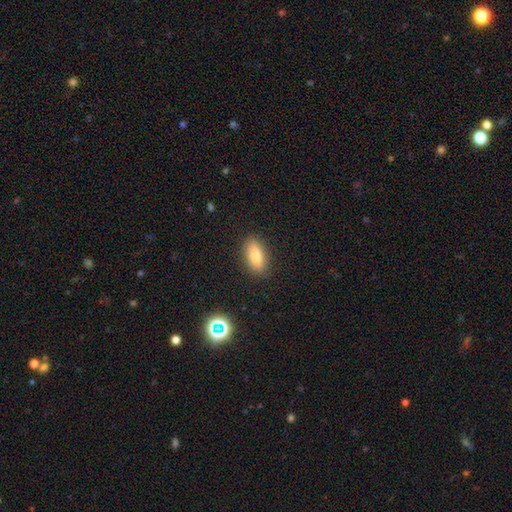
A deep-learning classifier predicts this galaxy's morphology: A smooth galaxy with no disk features (79%) that is in between round and cigar-shaped (81%).

Vote fractions:
- Smooth or featured? smooth: 79% / featured or disk: 11% / star or artifact: 9%
- How rounded? in between: 81% / cigar-shaped: 15% / round: 4%
- Merging? none: 88% / minor disturbance: 9% / major disturbance: 2% / merger: 1%